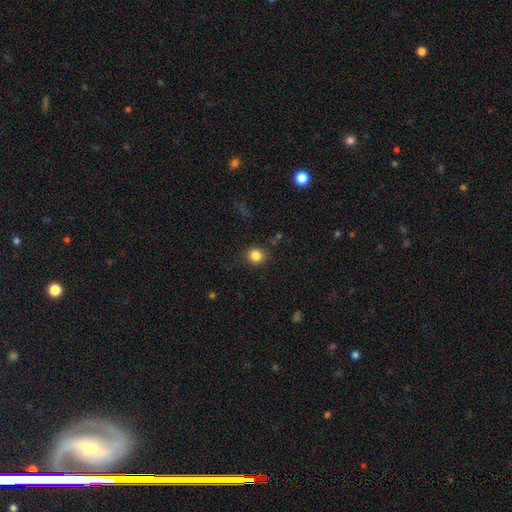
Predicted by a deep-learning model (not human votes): A smooth galaxy with no disk features (84%) that is round (87%). Merging: none (87%).